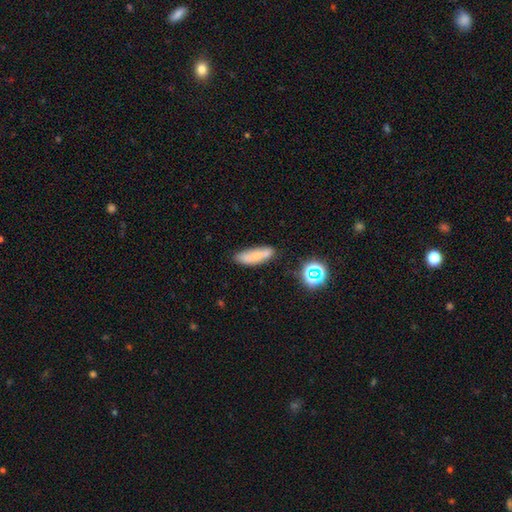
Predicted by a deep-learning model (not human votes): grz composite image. It shows a smooth galaxy with no disk features (63%) that is in between round and cigar-shaped (51%). Merging: none (63%).